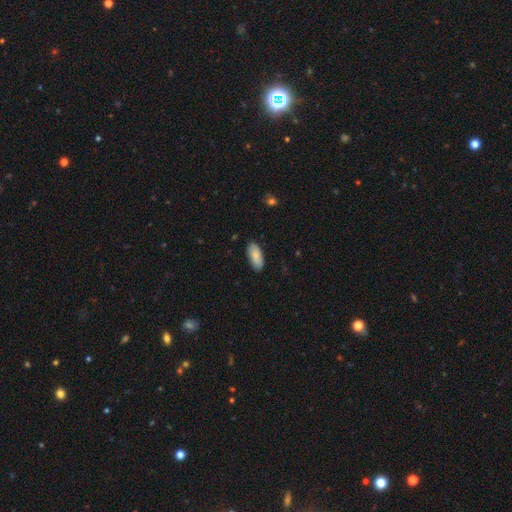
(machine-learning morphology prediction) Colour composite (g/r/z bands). It shows a smooth galaxy with no disk features (84%) that is in between round and cigar-shaped (88%). Merging: none (84%).